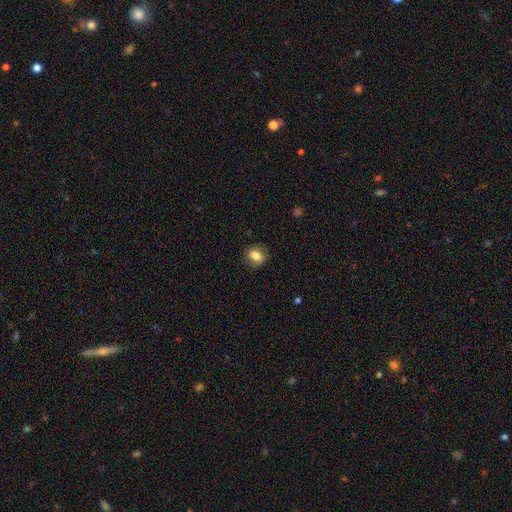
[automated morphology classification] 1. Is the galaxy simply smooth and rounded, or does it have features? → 78% smooth, 13% featured or disk, 9% star or artifact.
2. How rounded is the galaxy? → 59% in between, 39% round, 2% cigar-shaped.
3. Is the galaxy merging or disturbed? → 80% none, 14% minor disturbance, 4% major disturbance, 1% merger.